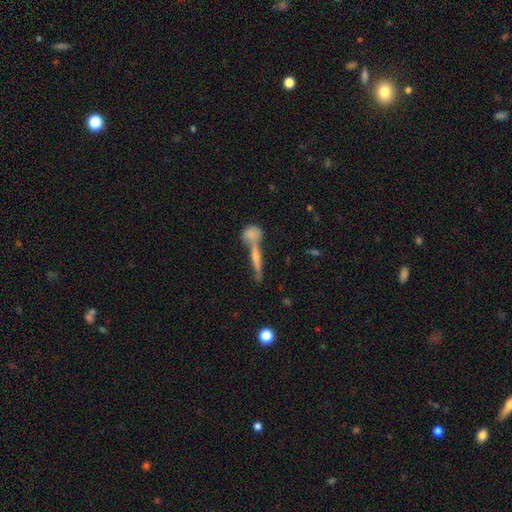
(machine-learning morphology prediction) Smooth or featured? featured or disk (51%)
Edge-on disk? yes (82%)
Merging? none (48%)